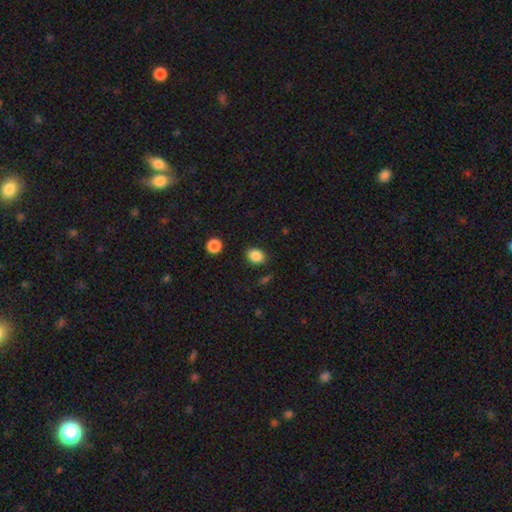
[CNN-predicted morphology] Smooth or featured? smooth (87%)
How rounded? in between (56%)
Merging? none (85%)